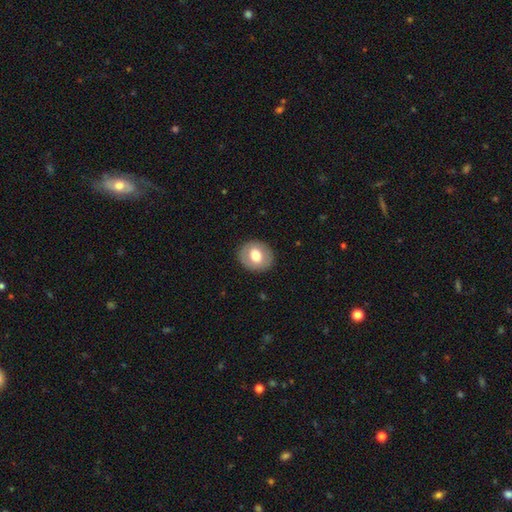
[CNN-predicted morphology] Q: Smooth or featured?
A: smooth (65%); runner-up: featured or disk (28%)
Q: How rounded?
A: round (68%); runner-up: in between (31%)
Q: Merging?
A: none (88%); runner-up: minor disturbance (8%)